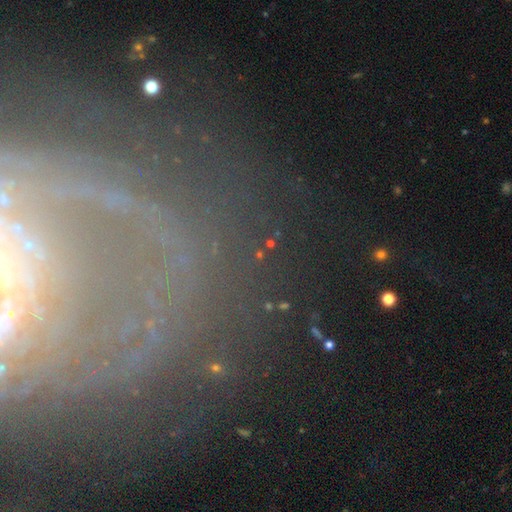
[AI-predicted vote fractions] Smooth or featured: featured or disk — 44% (star or artifact — 37%)
Merging: none — 73% (minor disturbance — 12%)